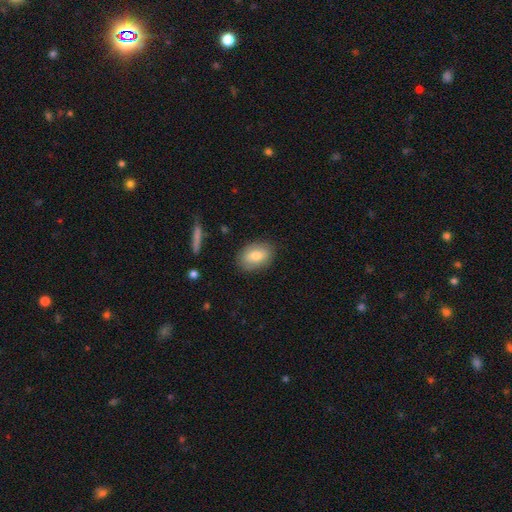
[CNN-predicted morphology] smooth-or-featured: smooth: 72% | featured or disk: 21% | star or artifact: 7%
  how-rounded: in between: 84% | round: 14% | cigar-shaped: 2%
  merging: none: 83% | minor disturbance: 13% | major disturbance: 3% | merger: 1%